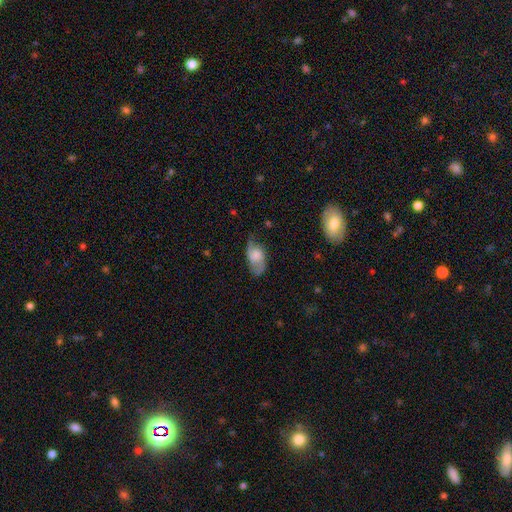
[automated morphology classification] Smooth or featured? smooth (49%)
Merging? none (55%)